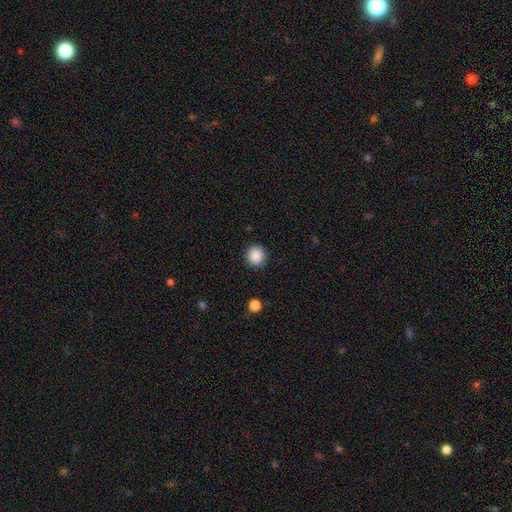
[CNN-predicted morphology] A smooth galaxy with no disk features (88%) that is round (91%). Merging: none (91%).